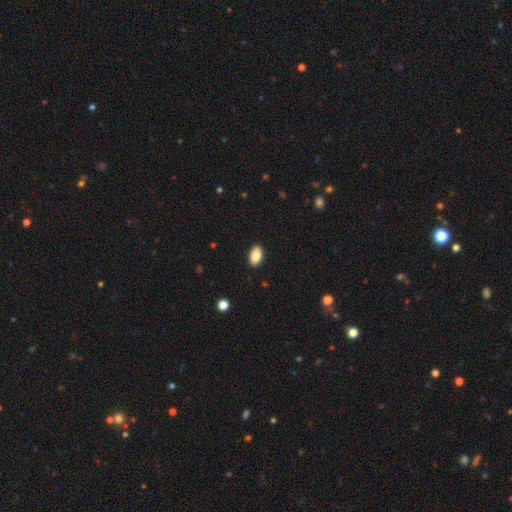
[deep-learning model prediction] Q: Smooth or featured?
A: smooth (87%); runner-up: star or artifact (7%)
Q: How rounded?
A: in between (93%); runner-up: round (5%)
Q: Merging?
A: none (90%); runner-up: minor disturbance (7%)